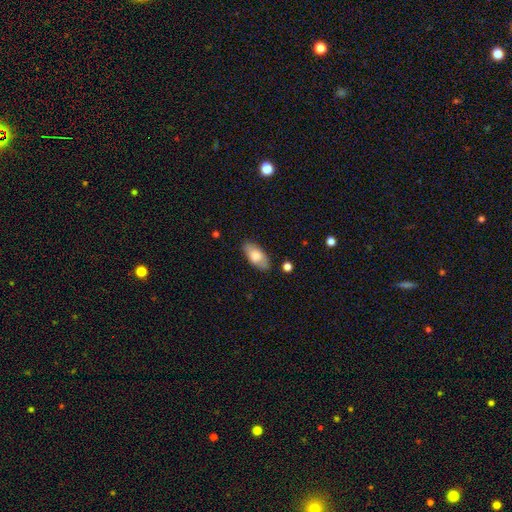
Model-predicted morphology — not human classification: Smooth or featured?
  - smooth: 77% *
  - featured or disk: 17%
  - star or artifact: 6%
How rounded?
  - in between: 90% *
  - cigar-shaped: 7%
  - round: 3%
Merging?
  - none: 81% *
  - minor disturbance: 14%
  - major disturbance: 3%
  - merger: 2%